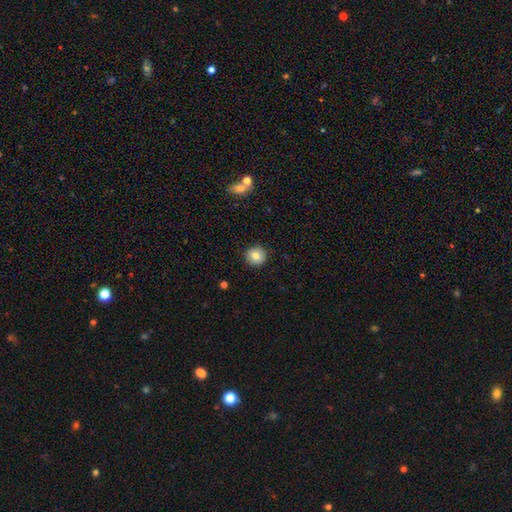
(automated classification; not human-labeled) Smooth or featured? Predicted: smooth (p=0.81). How rounded? Predicted: round (p=0.93). Merging? Predicted: none (p=0.90).